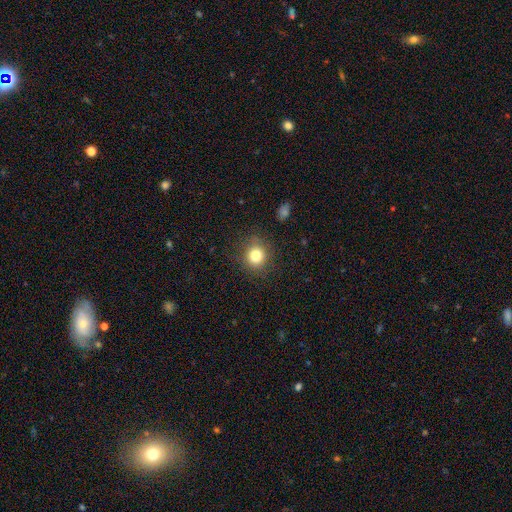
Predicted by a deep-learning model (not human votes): smooth_or_featured: smooth (p=0.81) [alt: star or artifact p=0.12]
how_rounded: round (p=0.83) [alt: in between p=0.16]
merging: none (p=0.83) [alt: minor disturbance p=0.11]